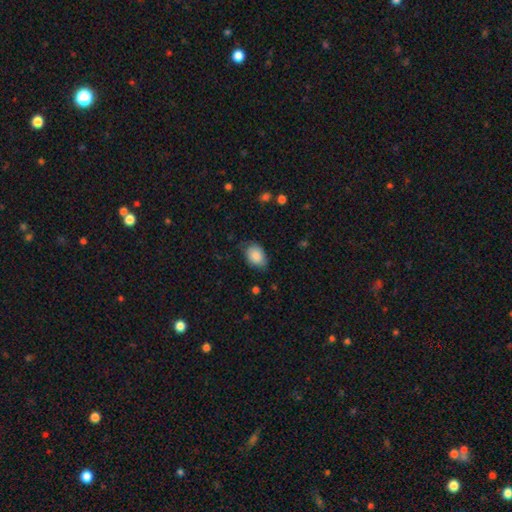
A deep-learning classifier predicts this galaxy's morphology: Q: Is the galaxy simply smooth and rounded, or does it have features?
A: smooth — 86%.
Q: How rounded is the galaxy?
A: in between — 80%.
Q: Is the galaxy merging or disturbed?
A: none — 70%.